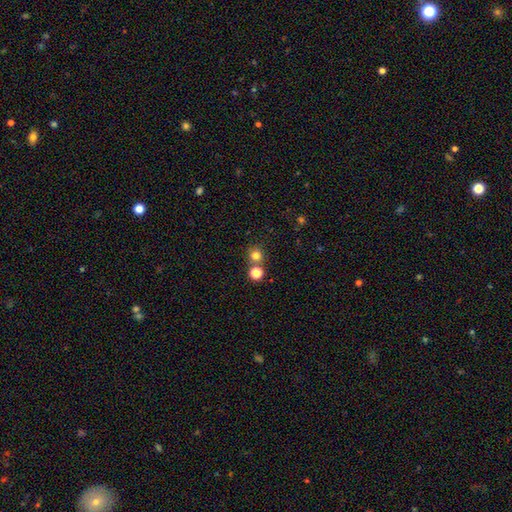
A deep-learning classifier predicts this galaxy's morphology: A smooth galaxy with no disk features (78%) that is round (90%). Merging: none (69%).